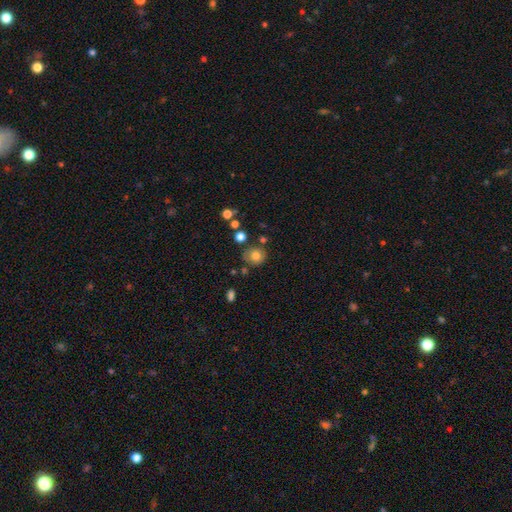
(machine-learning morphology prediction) smooth-or-featured: smooth: 77% | featured or disk: 12% | star or artifact: 11%
  how-rounded: round: 79% | in between: 20% | cigar-shaped: 1%
  merging: none: 68% | minor disturbance: 19% | merger: 8% | major disturbance: 6%